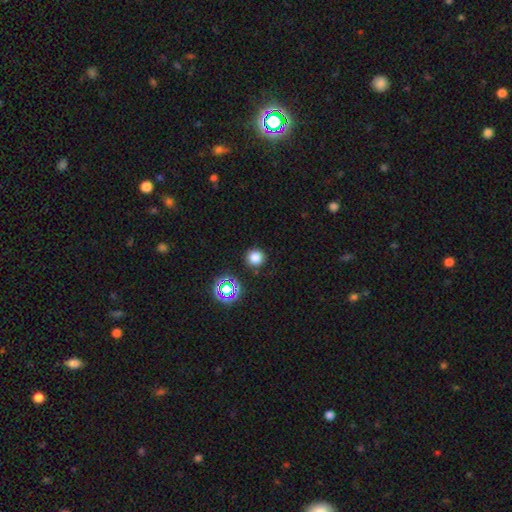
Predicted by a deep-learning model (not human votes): Morphology: type=smooth (77%); roundness=round (94%); merging=none (89%).